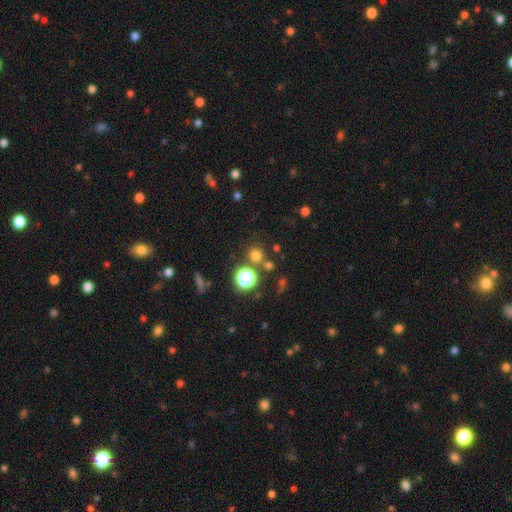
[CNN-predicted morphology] Smooth or featured?
  - smooth: 69% *
  - star or artifact: 24%
  - featured or disk: 7%
How rounded?
  - round: 90% *
  - in between: 9%
  - cigar-shaped: 1%
Merging?
  - none: 75% *
  - merger: 13%
  - minor disturbance: 8%
  - major disturbance: 4%